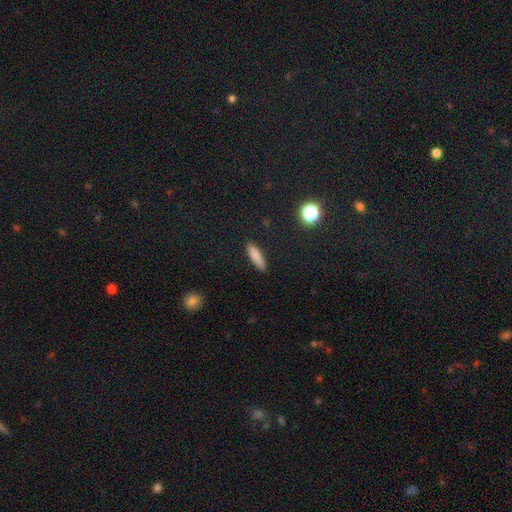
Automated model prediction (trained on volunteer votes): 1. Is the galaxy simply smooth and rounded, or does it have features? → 83% smooth, 9% star or artifact, 8% featured or disk.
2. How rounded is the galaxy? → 69% cigar-shaped, 29% in between, 2% round.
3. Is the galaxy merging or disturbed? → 89% none, 8% minor disturbance, 2% major disturbance, 1% merger.